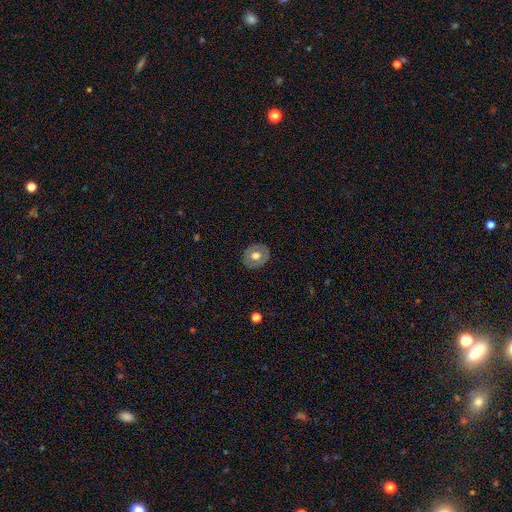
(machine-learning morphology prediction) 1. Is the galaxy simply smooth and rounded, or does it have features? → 56% smooth, 38% featured or disk, 7% star or artifact.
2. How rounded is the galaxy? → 70% round, 29% in between, 1% cigar-shaped.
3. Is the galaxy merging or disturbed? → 86% none, 10% minor disturbance, 3% major disturbance, 1% merger.